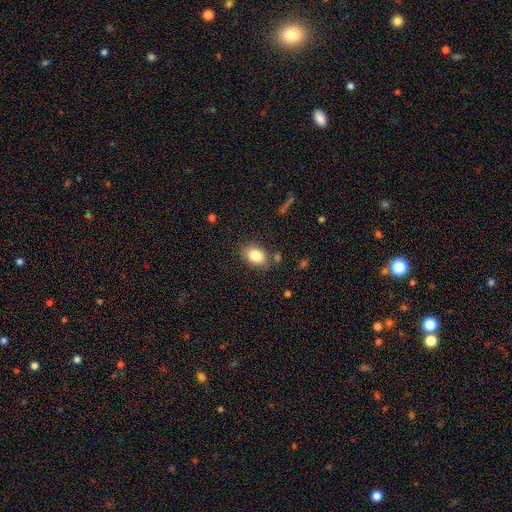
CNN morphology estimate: A smooth galaxy with no disk features (83%) that is in between round and cigar-shaped (80%). Merging: none (80%).